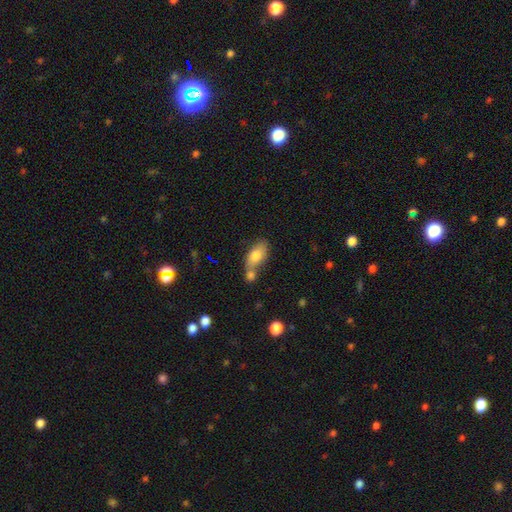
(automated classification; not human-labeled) A smooth galaxy with no disk features (77%) that is in between round and cigar-shaped (89%).

Vote fractions:
- Smooth or featured? smooth: 77% / featured or disk: 15% / star or artifact: 7%
- How rounded? in between: 89% / round: 7% / cigar-shaped: 4%
- Merging? merger: 44% / none: 39% / minor disturbance: 13% / major disturbance: 5%